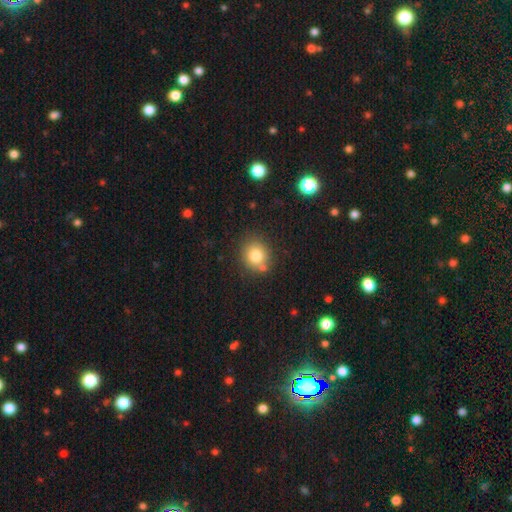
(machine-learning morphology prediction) Q: Smooth or featured?
A: smooth (80%); runner-up: star or artifact (11%)
Q: How rounded?
A: round (79%); runner-up: in between (20%)
Q: Merging?
A: none (77%); runner-up: minor disturbance (11%)